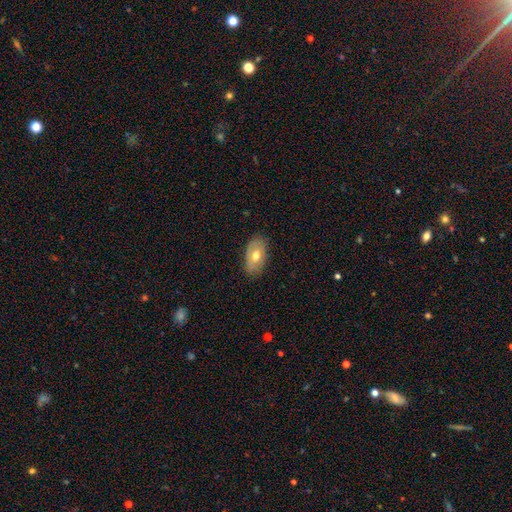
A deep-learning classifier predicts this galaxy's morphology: Overall: smooth (64%; featured or disk 29%). How rounded: in between (91%). Merging: none (81%).